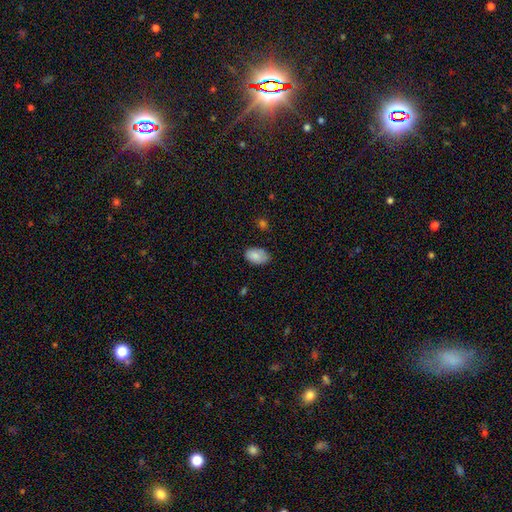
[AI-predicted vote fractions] This is clearly a smooth galaxy (84%). How rounded: clearly in between (90%). Merging: likely none (74%).